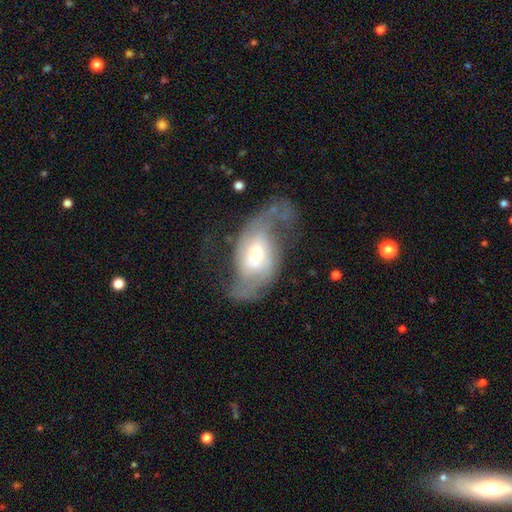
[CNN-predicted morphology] Smooth or featured: featured or disk — 79% (smooth — 15%)
Edge-on disk: no — 95% (yes — 5%)
Bar: no — 42% (weak — 41%)
Spiral arms: yes — 91% (no — 9%)
Spiral winding: loose — 54% (medium — 34%)
Spiral arm count: 2 — 83% (can't tell — 8%)
Bulge size: moderate — 48% (small — 41%)
Merging: none — 46% (major disturbance — 31%)